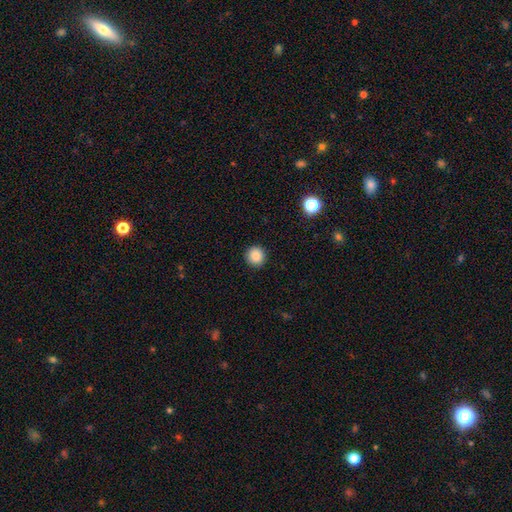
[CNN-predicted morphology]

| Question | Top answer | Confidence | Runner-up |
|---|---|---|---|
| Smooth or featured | smooth | 86% | star or artifact (10%) |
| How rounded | round | 94% | in between (5%) |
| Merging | none | 92% | minor disturbance (5%) |